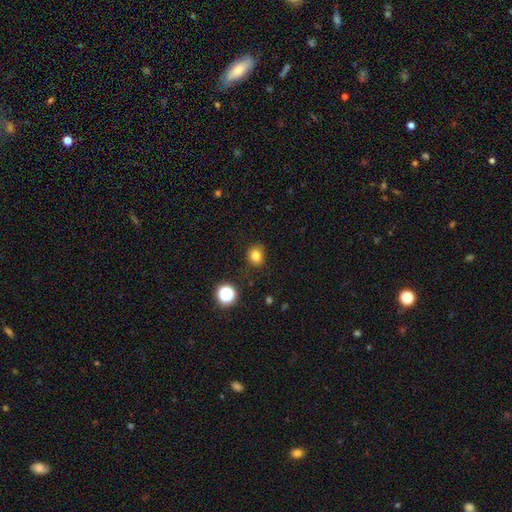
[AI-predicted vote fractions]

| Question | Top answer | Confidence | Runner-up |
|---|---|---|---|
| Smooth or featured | smooth | 81% | star or artifact (14%) |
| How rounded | round | 70% | in between (29%) |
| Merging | none | 84% | minor disturbance (12%) |